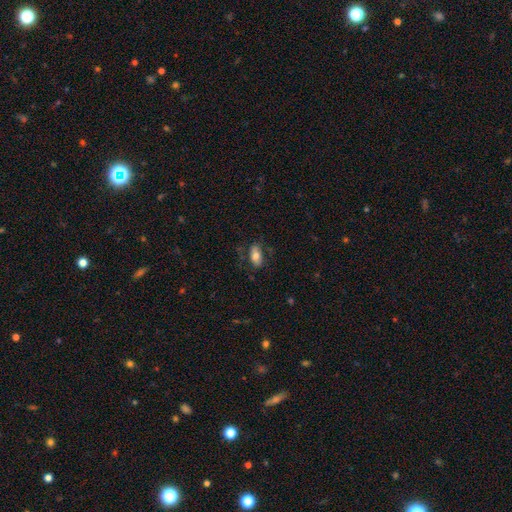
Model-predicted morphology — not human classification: Q: Smooth or featured?
A: smooth (71%); runner-up: featured or disk (22%)
Q: How rounded?
A: in between (87%); runner-up: cigar-shaped (8%)
Q: Merging?
A: none (71%); runner-up: minor disturbance (19%)